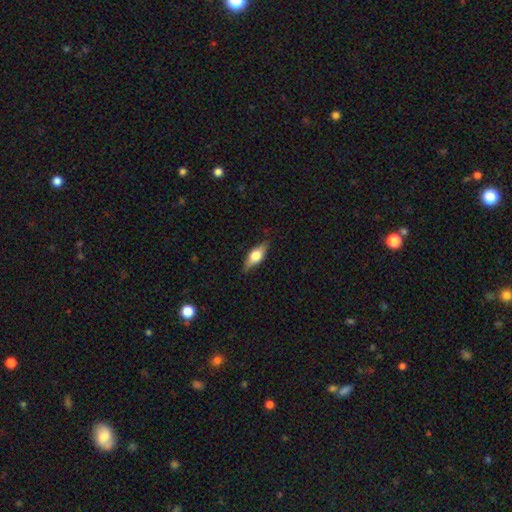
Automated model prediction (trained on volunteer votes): smooth 48%, featured or disk 46%, star or artifact 7%. Down the decision tree: merging — none (83%).